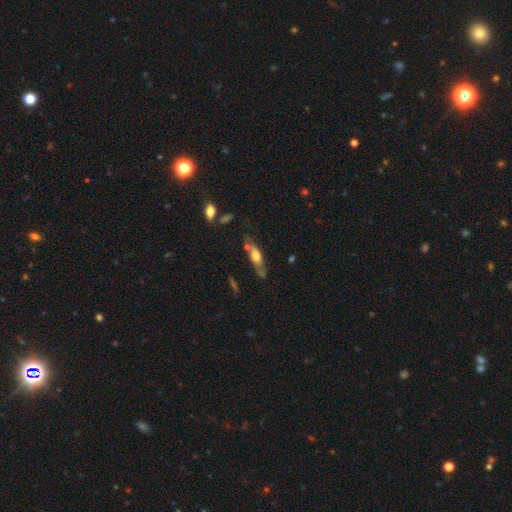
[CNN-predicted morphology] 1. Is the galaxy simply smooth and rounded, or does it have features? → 50% featured or disk, 44% smooth, 7% star or artifact.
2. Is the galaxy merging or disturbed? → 64% none, 21% minor disturbance, 8% major disturbance, 7% merger.